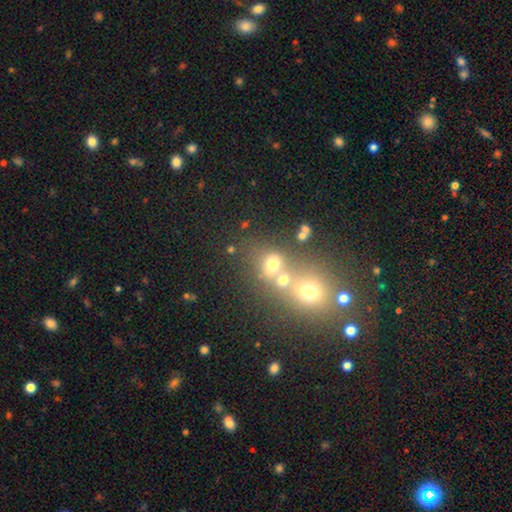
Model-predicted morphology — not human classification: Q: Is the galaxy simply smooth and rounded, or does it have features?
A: smooth — 50%.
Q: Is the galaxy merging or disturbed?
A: merger — 47%.